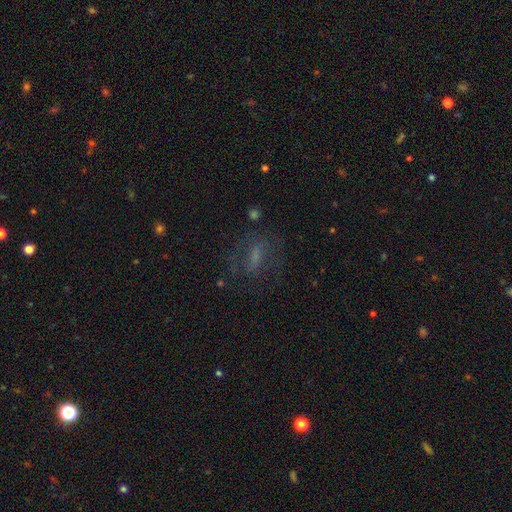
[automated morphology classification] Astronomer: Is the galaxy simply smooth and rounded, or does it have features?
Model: smooth — 39% (runner-up: featured or disk, 38%).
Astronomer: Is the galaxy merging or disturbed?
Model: none — 65%.